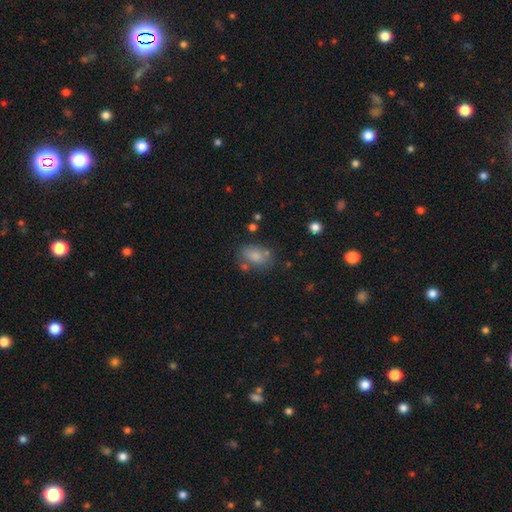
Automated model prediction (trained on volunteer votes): Smooth or featured? Predicted: smooth (p=0.79). How rounded? Predicted: in between (p=0.81). Merging? Predicted: none (p=0.63).